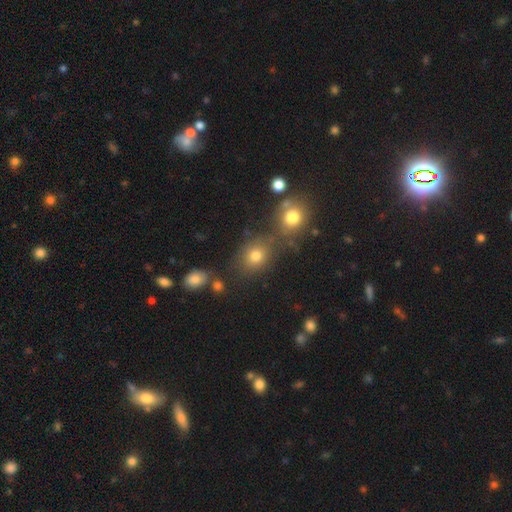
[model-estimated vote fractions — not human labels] This appears to be a smooth galaxy with no disk features (72%) that is round (64%). Merging: none (62%).